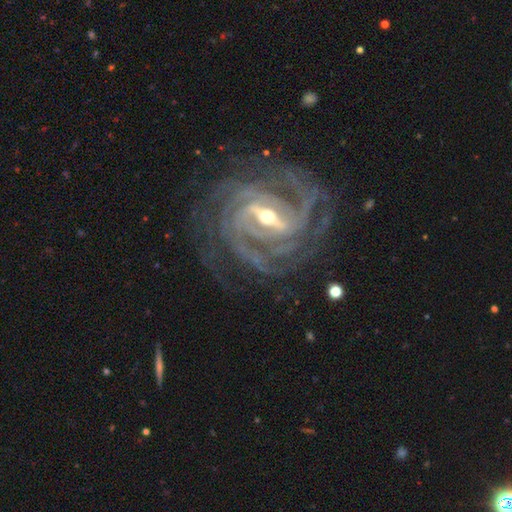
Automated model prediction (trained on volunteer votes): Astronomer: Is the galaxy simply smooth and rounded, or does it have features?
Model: featured or disk — 91%.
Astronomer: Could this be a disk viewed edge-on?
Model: no — 96%.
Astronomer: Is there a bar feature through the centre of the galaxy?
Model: strong — 67%.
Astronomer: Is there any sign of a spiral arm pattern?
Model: yes — 98%.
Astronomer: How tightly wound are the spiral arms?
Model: tight — 67%.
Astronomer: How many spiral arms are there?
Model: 4 — 25% (runner-up: 3, 20%).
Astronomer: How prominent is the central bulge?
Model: small — 51% (runner-up: moderate, 45%).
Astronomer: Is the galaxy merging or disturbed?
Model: none — 80%.